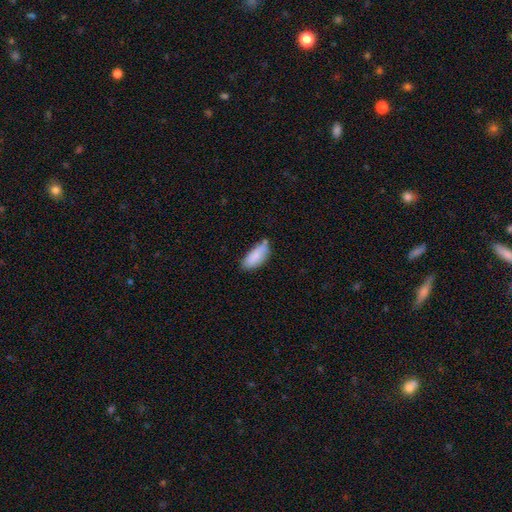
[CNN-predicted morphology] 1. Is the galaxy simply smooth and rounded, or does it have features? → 84% smooth, 10% featured or disk, 7% star or artifact.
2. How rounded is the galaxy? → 80% in between, 18% cigar-shaped, 2% round.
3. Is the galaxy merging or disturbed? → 62% none, 25% minor disturbance, 7% merger, 5% major disturbance.